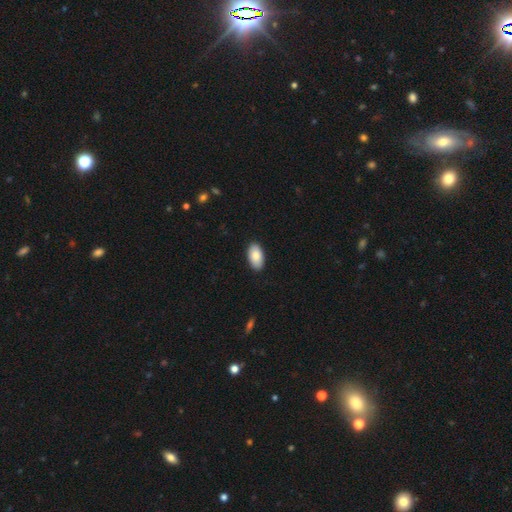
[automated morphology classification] Smooth or featured? Predicted: smooth (p=0.85). How rounded? Predicted: in between (p=0.96). Merging? Predicted: none (p=0.89).